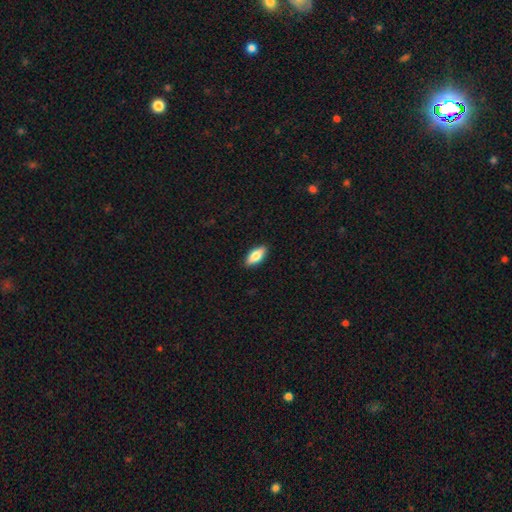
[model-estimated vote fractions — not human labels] Q: Smooth or featured?
A: smooth (78%); runner-up: featured or disk (16%)
Q: How rounded?
A: in between (82%); runner-up: cigar-shaped (16%)
Q: Merging?
A: none (89%); runner-up: minor disturbance (8%)